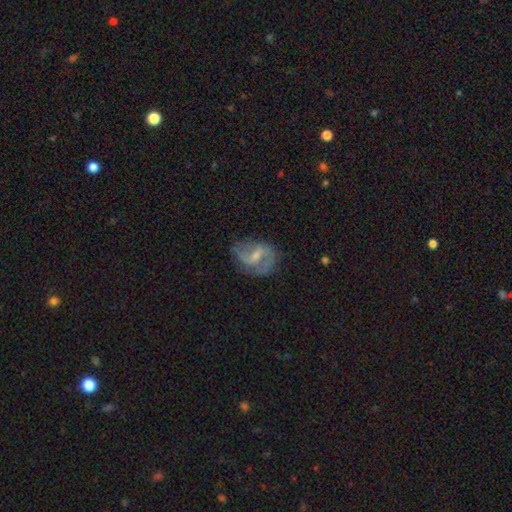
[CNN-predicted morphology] featured or disk 72%, smooth 20%, star or artifact 8%. Down the decision tree: edge-on disk — no (96%); bar — weak (53%); spiral arms — yes (84%); spiral arm count — 2 (74%); spiral winding — medium (43%); bulge size — small (50%); merging — none (60%).